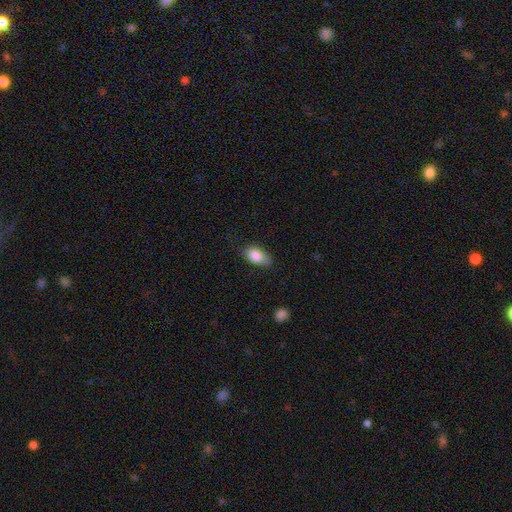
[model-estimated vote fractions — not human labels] Smooth or featured? smooth (85%)
How rounded? in between (87%)
Merging? none (58%)